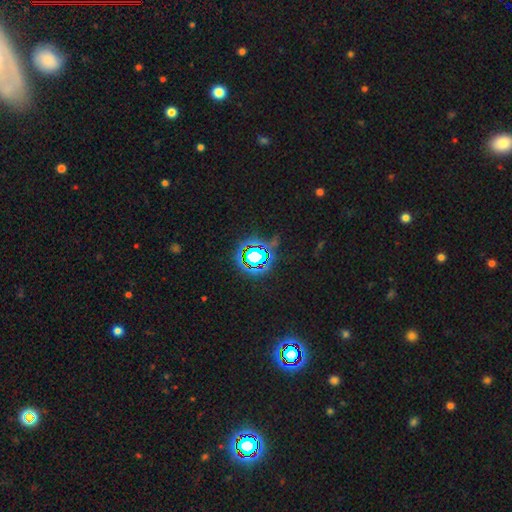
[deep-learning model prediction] smooth-or-featured: star or artifact: 71% | smooth: 16% | featured or disk: 12%